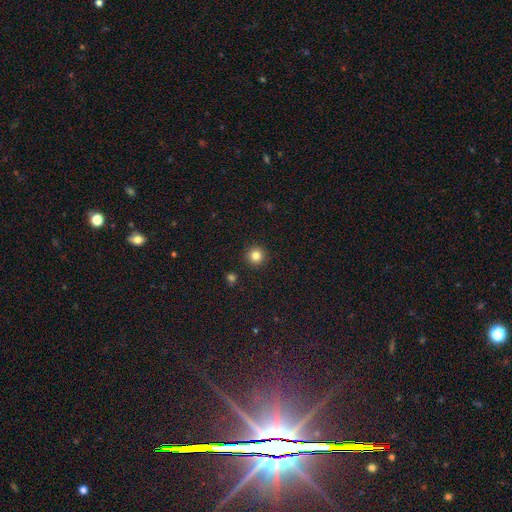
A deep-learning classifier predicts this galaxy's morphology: A smooth galaxy with no disk features (83%) that is round (95%). Merging: none (92%).